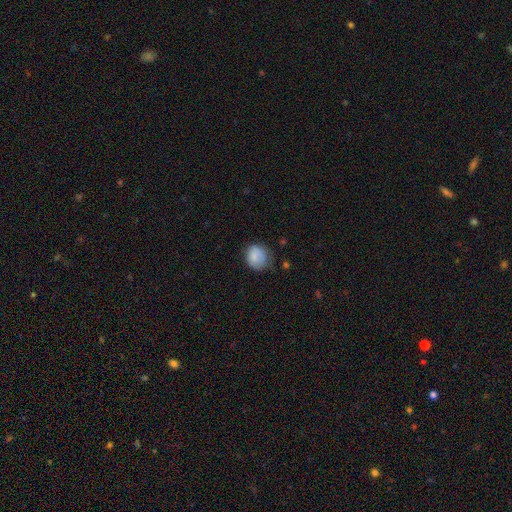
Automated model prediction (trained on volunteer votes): Smooth or featured: smooth — 84% (star or artifact — 8%)
How rounded: round — 76% (in between — 23%)
Merging: none — 64% (minor disturbance — 27%)